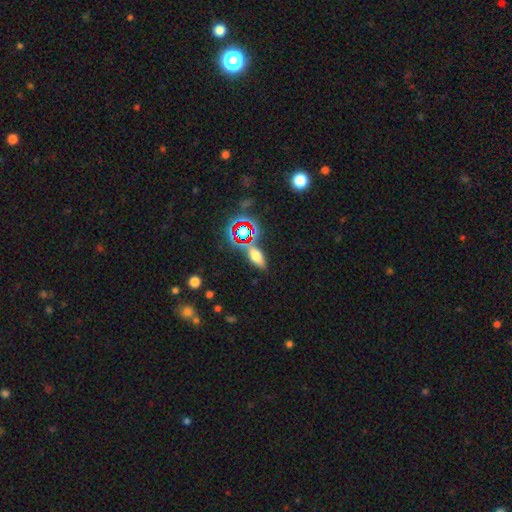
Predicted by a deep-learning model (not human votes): smooth_or_featured: smooth (p=0.56) [alt: star or artifact p=0.25]
how_rounded: in between (p=0.71) [alt: cigar-shaped p=0.20]
merging: none (p=0.72) [alt: minor disturbance p=0.14]